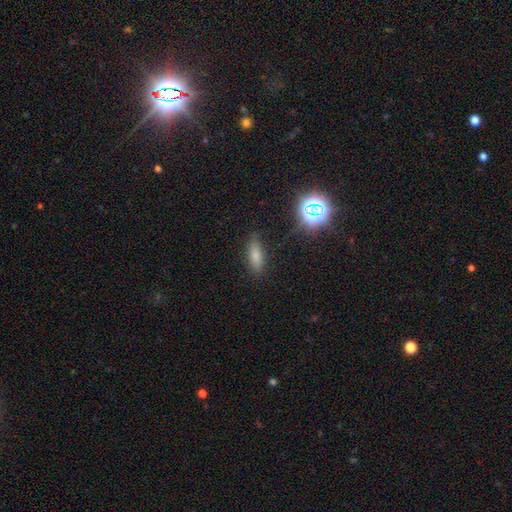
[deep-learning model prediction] smooth 74%, star or artifact 15%, featured or disk 11%. Down the decision tree: how rounded — in between (65%); merging — none (81%).